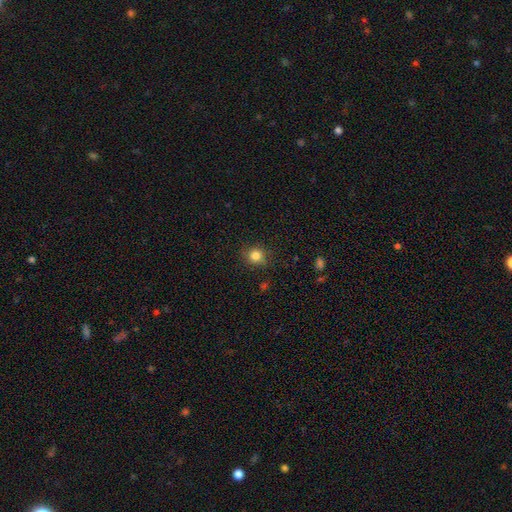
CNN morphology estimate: smooth_or_featured: smooth (p=0.83) [alt: star or artifact p=0.12]
how_rounded: round (p=0.87) [alt: in between p=0.12]
merging: none (p=0.85) [alt: minor disturbance p=0.11]